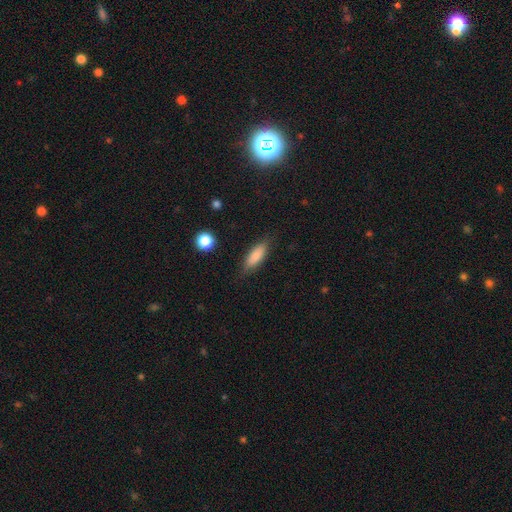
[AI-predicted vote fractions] This is clearly a smooth galaxy (83%). How rounded: possibly in between (58%). Merging: clearly none (81%).